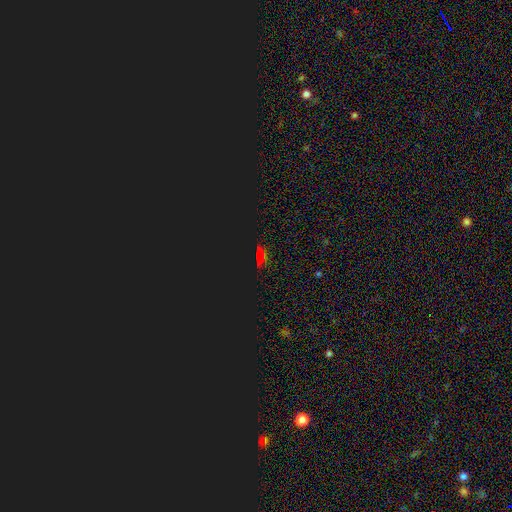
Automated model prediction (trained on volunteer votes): The model was most divided on "smooth or featured": star or artifact: 74%, smooth: 18%, featured or disk: 8%.